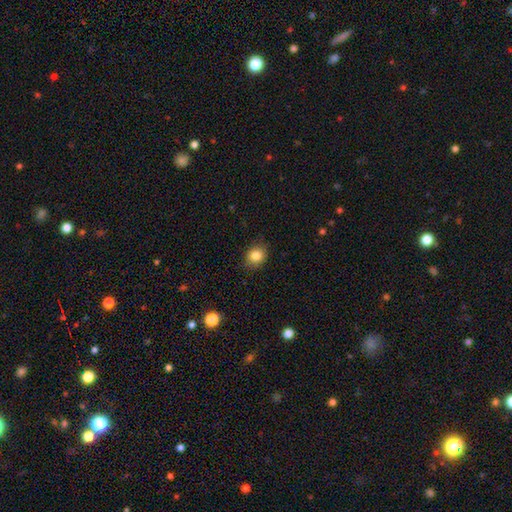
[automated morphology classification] smooth-or-featured: smooth: 85% | star or artifact: 10% | featured or disk: 6%
  how-rounded: round: 63% | in between: 36% | cigar-shaped: 1%
  merging: none: 83% | minor disturbance: 14% | major disturbance: 3% | merger: 1%